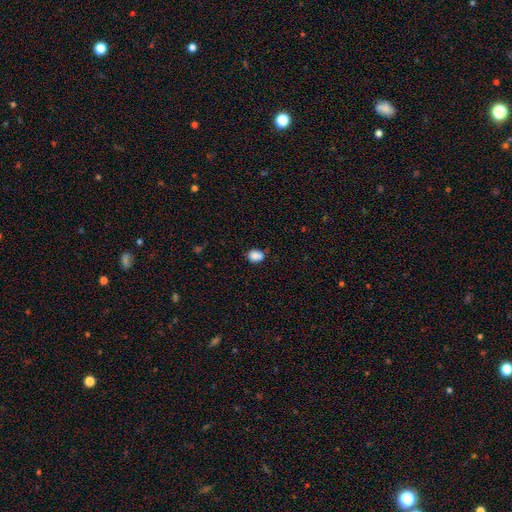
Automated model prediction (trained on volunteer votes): Smooth or featured? smooth (86%)
How rounded? in between (58%)
Merging? none (62%)